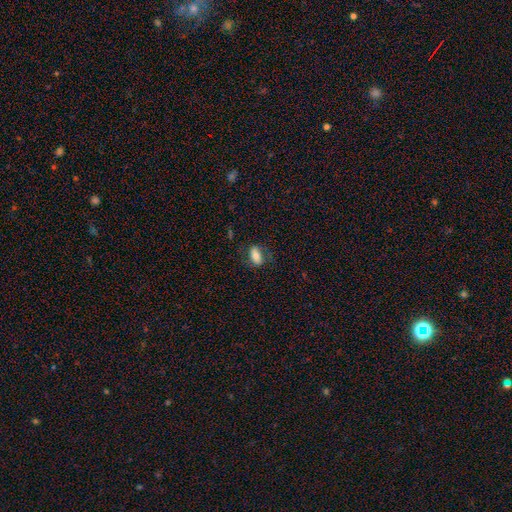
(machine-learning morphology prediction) smooth 72%, featured or disk 20%, star or artifact 8%. Down the decision tree: how rounded — in between (88%); merging — none (72%).